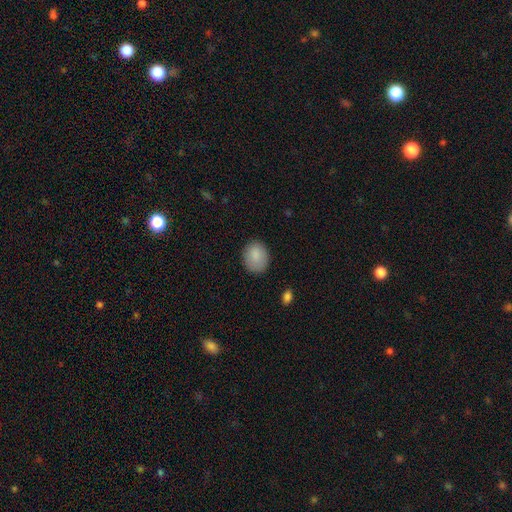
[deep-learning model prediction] Smooth or featured? Predicted: smooth (p=0.87). How rounded? Predicted: round (p=0.50). Merging? Predicted: none (p=0.82).